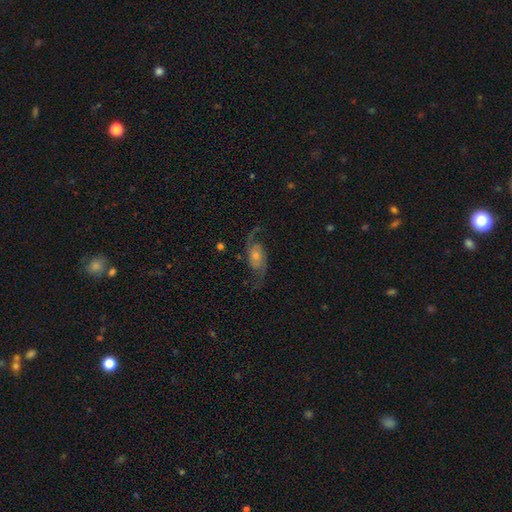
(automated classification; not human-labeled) featured or disk 85%, smooth 8%, star or artifact 8%. Down the decision tree: edge-on disk — no (96%); bar — no (66%); spiral arms — yes (97%); spiral arm count — 2 (93%); spiral winding — loose (57%); bulge size — small (50%); merging — none (74%).